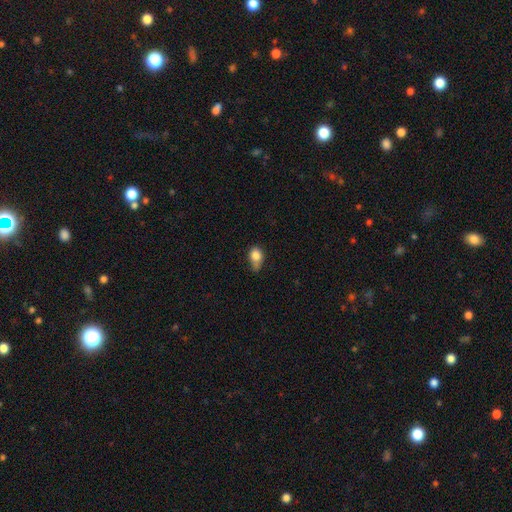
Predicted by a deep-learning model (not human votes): Smooth or featured: smooth — 81% (featured or disk — 10%)
How rounded: in between — 64% (round — 34%)
Merging: minor disturbance — 45% (none — 33%)